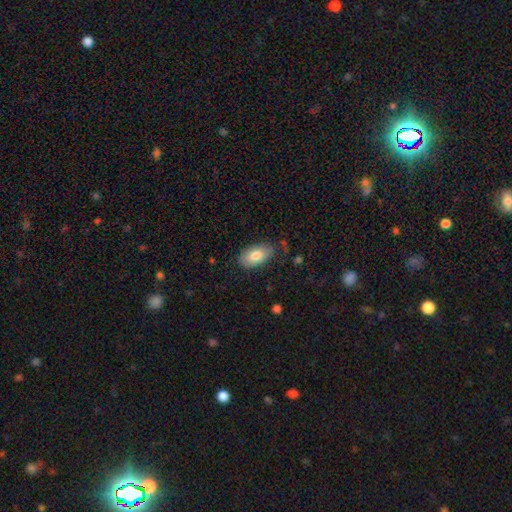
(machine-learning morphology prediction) type=smooth (78%); roundness=in between (94%); merging=none (76%).